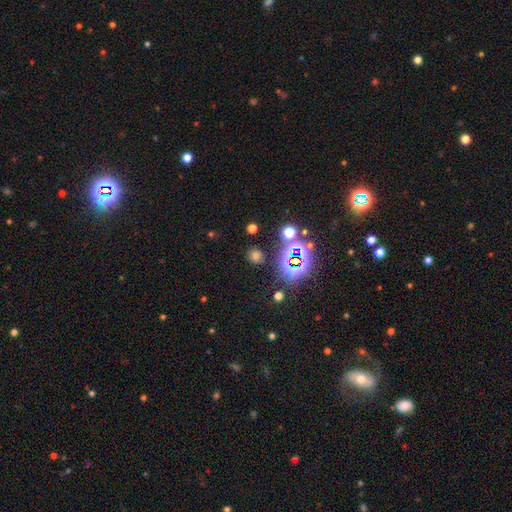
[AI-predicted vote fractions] smooth-or-featured: smooth: 59% | star or artifact: 34% | featured or disk: 7%
  how-rounded: round: 81% | in between: 17% | cigar-shaped: 1%
  merging: none: 84% | minor disturbance: 9% | major disturbance: 4% | merger: 4%